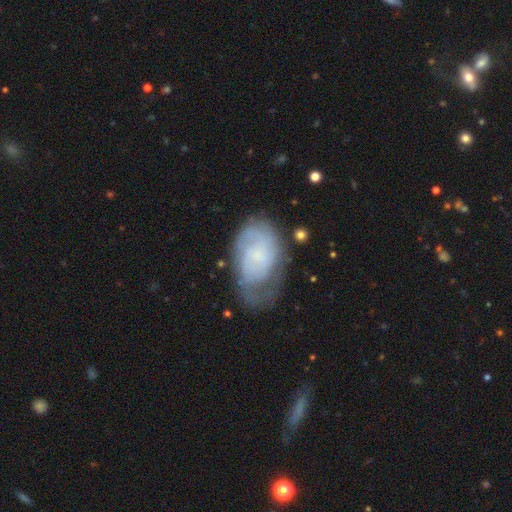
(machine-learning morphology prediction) Smooth or featured?
  - featured or disk: 62% *
  - smooth: 29%
  - star or artifact: 10%
Edge-on disk?
  - no: 96% *
  - yes: 4%
Bar?
  - no: 65% *
  - weak: 30%
  - strong: 6%
Spiral arms?
  - yes: 84% *
  - no: 16%
Bulge size?
  - small: 48% *
  - none: 30%
  - moderate: 16%
  - large: 4%
  - dominant: 2%
Merging?
  - none: 54% *
  - minor disturbance: 28%
  - major disturbance: 15%
  - merger: 3%